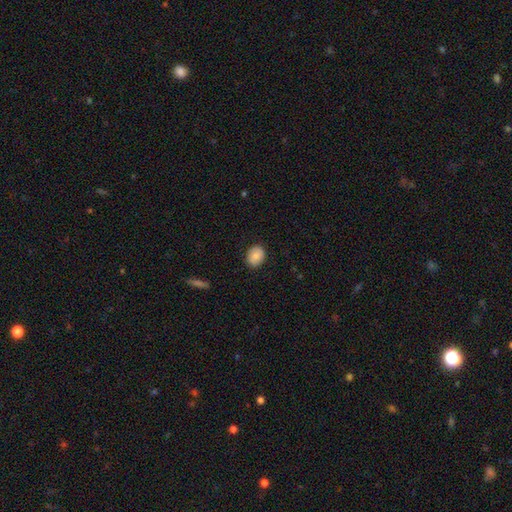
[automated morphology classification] Smooth or featured? Predicted: smooth (p=0.84). How rounded? Predicted: in between (p=0.50). Merging? Predicted: none (p=0.87).